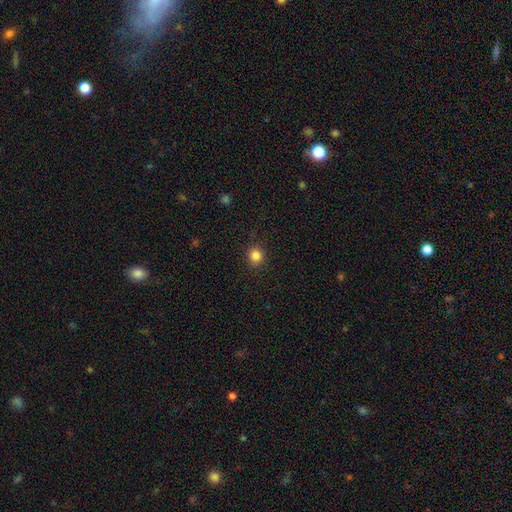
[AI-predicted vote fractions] Smooth or featured? smooth (85%)
How rounded? round (85%)
Merging? none (89%)